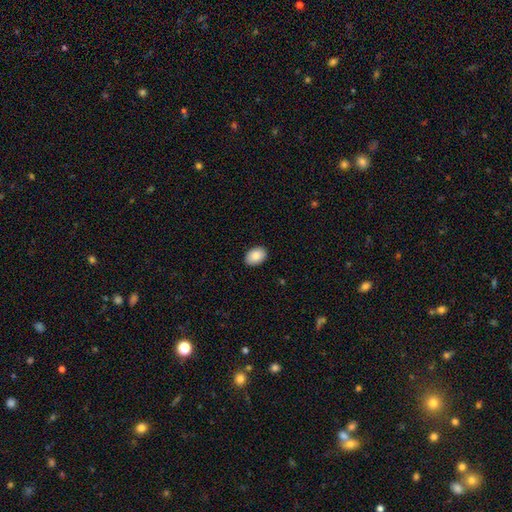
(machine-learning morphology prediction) smooth_or_featured: smooth (p=0.87) [alt: star or artifact p=0.07]
how_rounded: in between (p=0.84) [alt: round p=0.15]
merging: none (p=0.90) [alt: minor disturbance p=0.07]